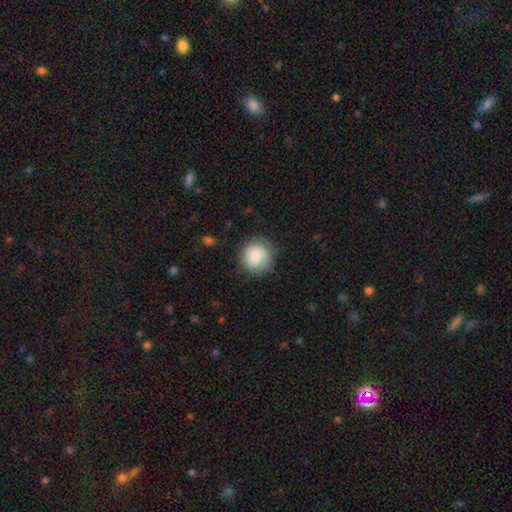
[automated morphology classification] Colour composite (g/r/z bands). It shows a smooth galaxy with no disk features (65%) that is round (90%). Merging: none (73%).